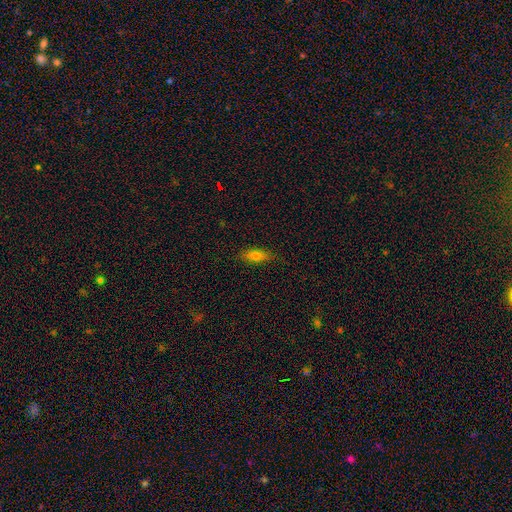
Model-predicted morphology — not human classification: smooth_or_featured: smooth (p=0.76) [alt: featured or disk p=0.15]
how_rounded: in between (p=0.76) [alt: cigar-shaped p=0.21]
merging: none (p=0.82) [alt: minor disturbance p=0.14]